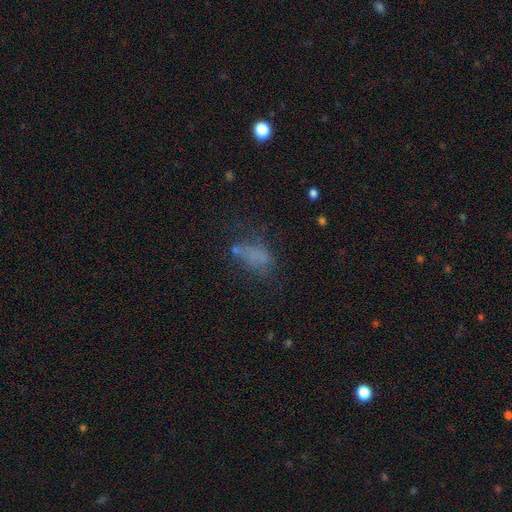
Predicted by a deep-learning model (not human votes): Smooth or featured?
  - smooth: 57% *
  - featured or disk: 25%
  - star or artifact: 19%
How rounded?
  - in between: 82% *
  - round: 10%
  - cigar-shaped: 9%
Merging?
  - none: 40% *
  - major disturbance: 28%
  - minor disturbance: 23%
  - merger: 9%